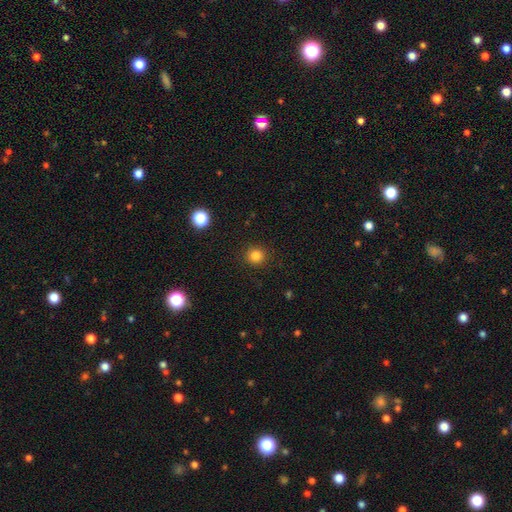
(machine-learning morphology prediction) Q: Smooth or featured?
A: smooth (83%); runner-up: star or artifact (13%)
Q: How rounded?
A: round (91%); runner-up: in between (8%)
Q: Merging?
A: none (91%); runner-up: minor disturbance (6%)